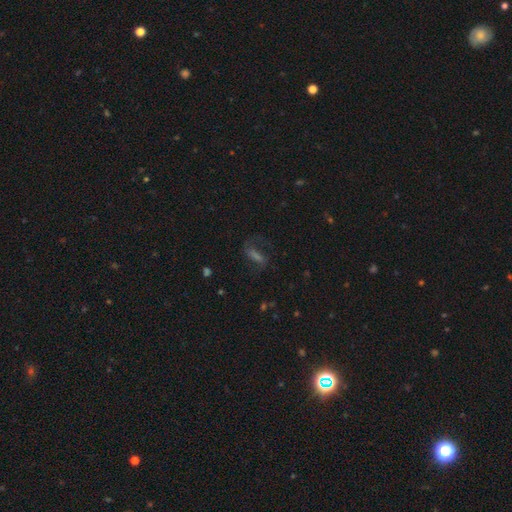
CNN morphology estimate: featured or disk 44%, smooth 30%, star or artifact 26%. Down the decision tree: merging — none (61%).